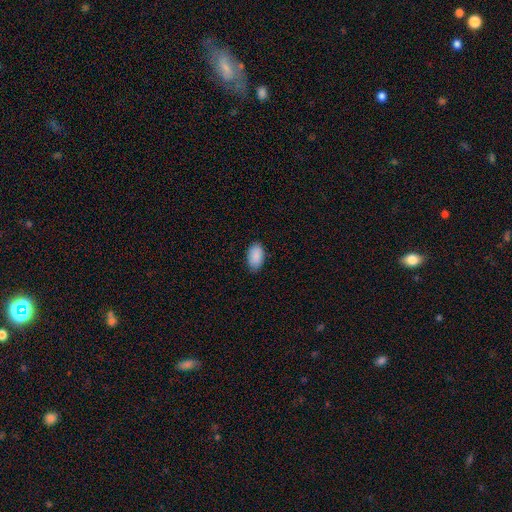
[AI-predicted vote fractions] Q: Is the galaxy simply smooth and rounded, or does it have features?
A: smooth — 90%.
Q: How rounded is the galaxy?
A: in between — 94%.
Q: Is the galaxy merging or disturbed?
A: none — 82%.